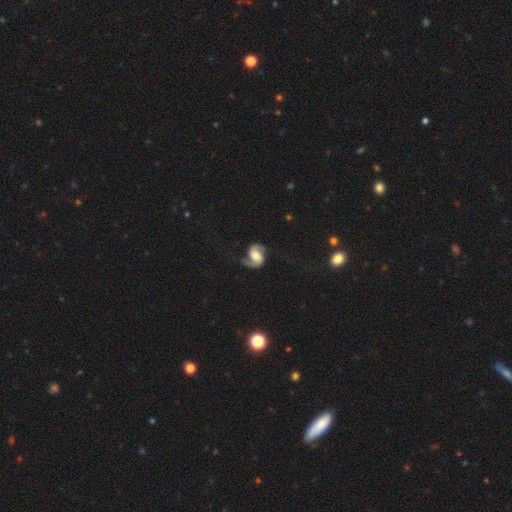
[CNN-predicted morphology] The model was most divided on "bulge size": moderate: 43%, large: 34%, small: 12%, none: 7%, dominant: 4%. Remaining: edge-on disk — no (98%); spiral arms — yes (96%); spiral arm count — 2 (92%); smooth or featured — featured or disk (83%); merging — none (70%); spiral winding — medium (49%); bar — no (48%).